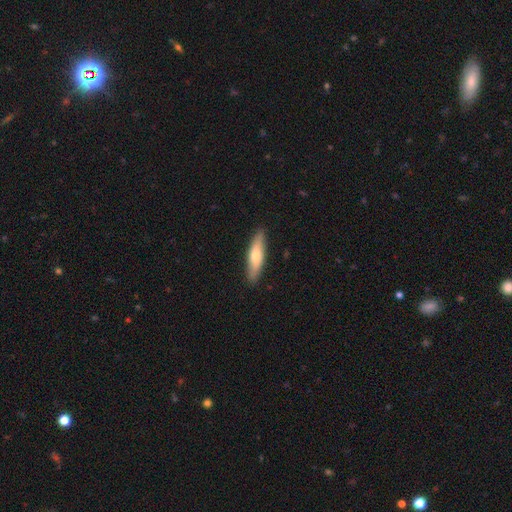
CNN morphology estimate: smooth 59%, featured or disk 35%, star or artifact 5%. Down the decision tree: how rounded — cigar-shaped (74%); merging — none (89%).